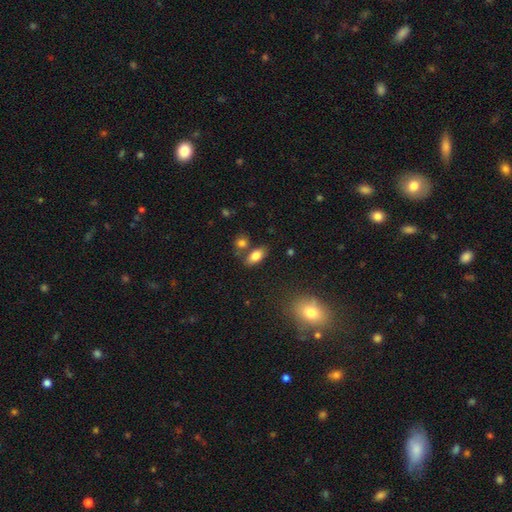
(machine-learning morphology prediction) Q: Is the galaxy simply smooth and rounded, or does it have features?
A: smooth — 80%.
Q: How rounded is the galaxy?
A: in between — 88%.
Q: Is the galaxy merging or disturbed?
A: none — 70%.